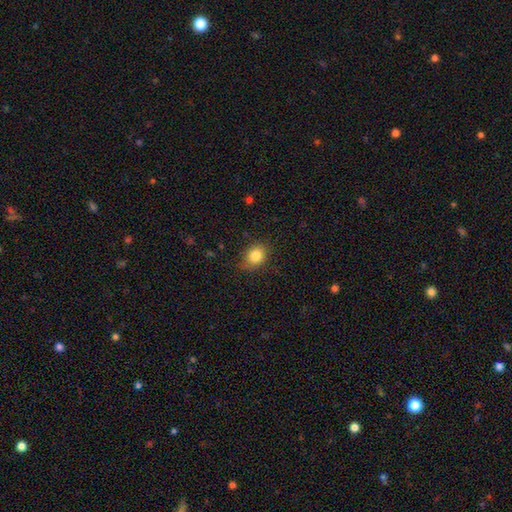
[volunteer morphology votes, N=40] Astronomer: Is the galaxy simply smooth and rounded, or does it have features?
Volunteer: smooth — 90%.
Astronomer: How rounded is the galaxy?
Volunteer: round — 69%.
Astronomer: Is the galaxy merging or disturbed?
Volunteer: none — 72%.